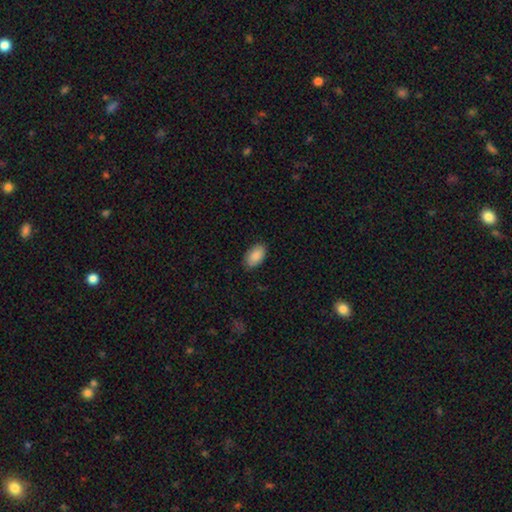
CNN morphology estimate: type=smooth (89%); roundness=in between (95%); merging=none (86%).